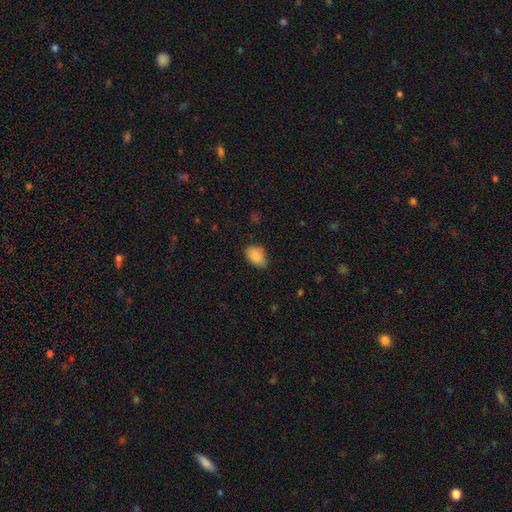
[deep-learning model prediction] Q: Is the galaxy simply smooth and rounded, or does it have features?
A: smooth — 88%.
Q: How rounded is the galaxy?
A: in between — 86%.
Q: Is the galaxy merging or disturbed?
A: none — 72%.